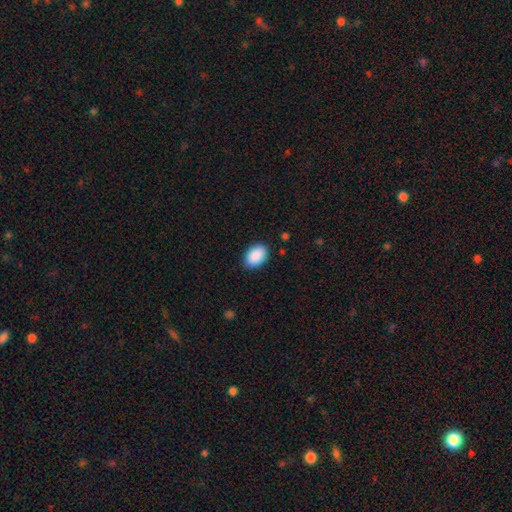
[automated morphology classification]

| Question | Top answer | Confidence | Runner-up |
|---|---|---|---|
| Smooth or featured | smooth | 91% | star or artifact (7%) |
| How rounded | in between | 90% | round (9%) |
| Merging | none | 86% | minor disturbance (10%) |